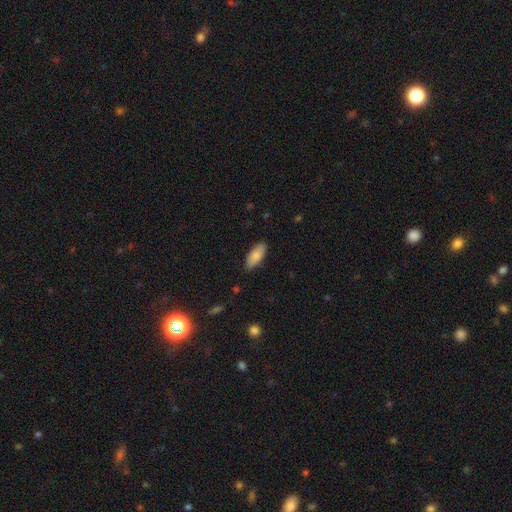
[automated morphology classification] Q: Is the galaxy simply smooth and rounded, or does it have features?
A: smooth — 84%.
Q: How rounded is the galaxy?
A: in between — 80%.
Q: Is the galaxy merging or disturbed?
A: none — 85%.